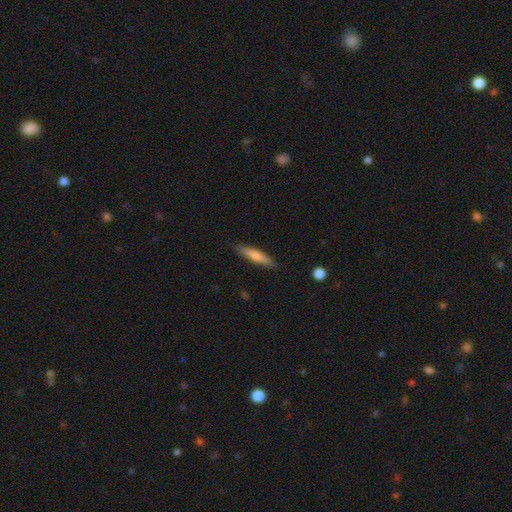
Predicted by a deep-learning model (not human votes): smooth-or-featured: smooth: 71% | featured or disk: 24% | star or artifact: 6%
  how-rounded: cigar-shaped: 86% | in between: 12% | round: 1%
  merging: none: 88% | minor disturbance: 9% | major disturbance: 2% | merger: 1%